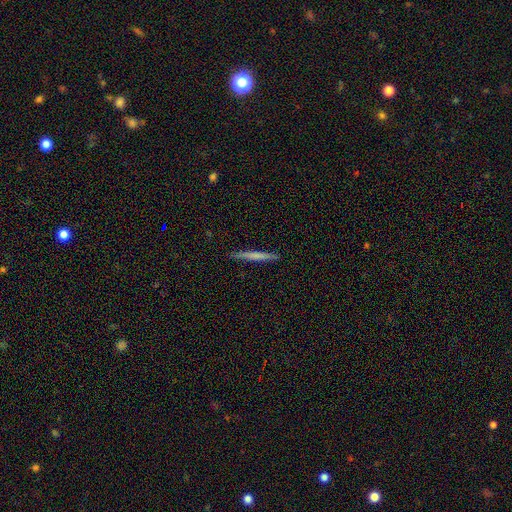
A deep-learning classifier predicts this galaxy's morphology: smooth_or_featured: smooth (p=0.62) [alt: featured or disk p=0.32]
how_rounded: cigar-shaped (p=0.97) [alt: in between p=0.02]
merging: none (p=0.91) [alt: minor disturbance p=0.07]